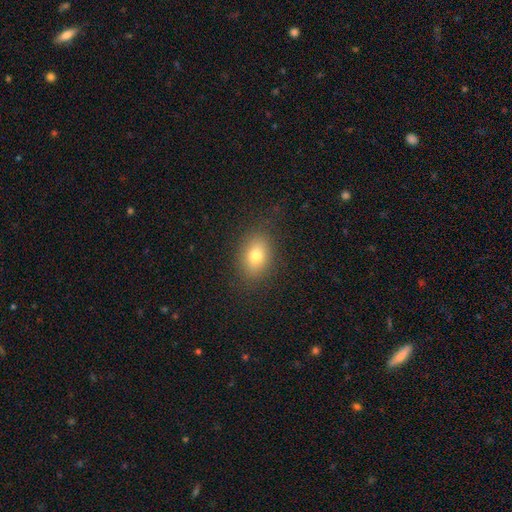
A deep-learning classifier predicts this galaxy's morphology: Overall: smooth (76%). How rounded: in between (73%). Merging: none (85%).